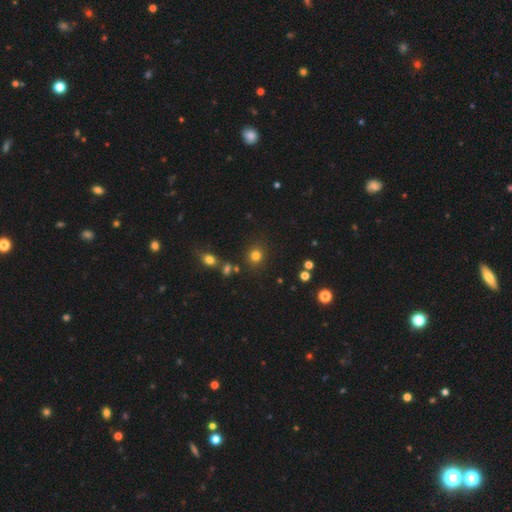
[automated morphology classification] type=smooth (78%); roundness=round (85%); merging=none (82%).